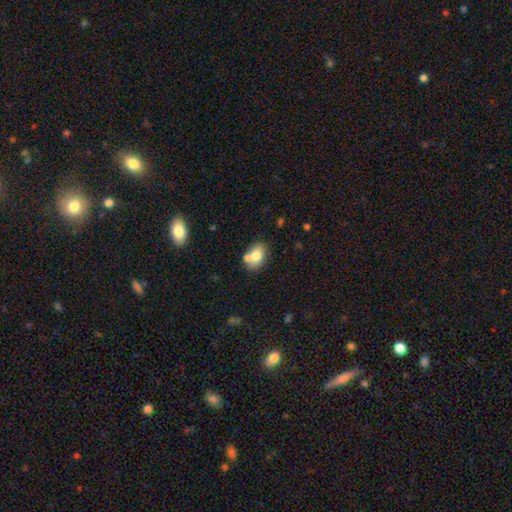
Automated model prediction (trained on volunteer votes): Smooth or featured? smooth (75%)
How rounded? in between (76%)
Merging? none (59%)